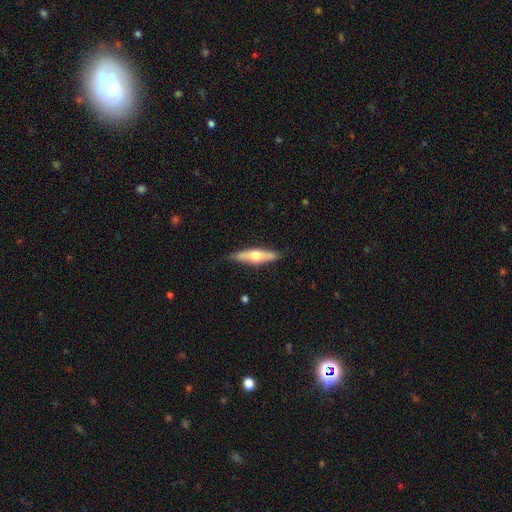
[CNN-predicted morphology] Smooth or featured? Predicted: smooth (p=0.49). Merging? Predicted: none (p=0.81).